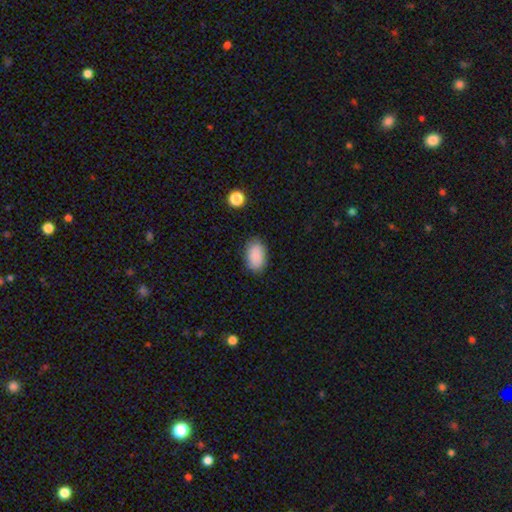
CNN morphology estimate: smooth 87%, star or artifact 8%, featured or disk 5%. Down the decision tree: how rounded — in between (88%); merging — none (82%).